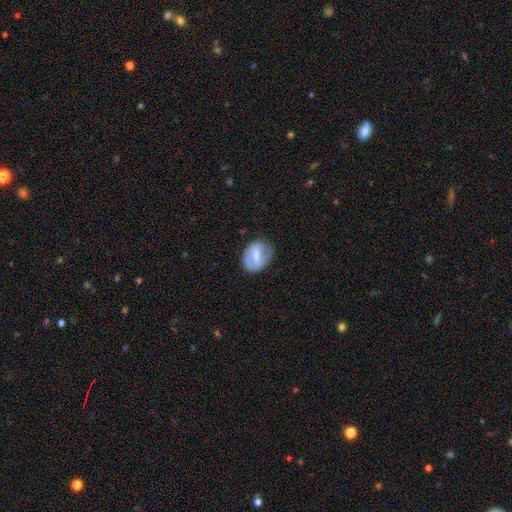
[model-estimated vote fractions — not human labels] This appears to be a featured or disk galaxy (49%). Merging: none (64%).